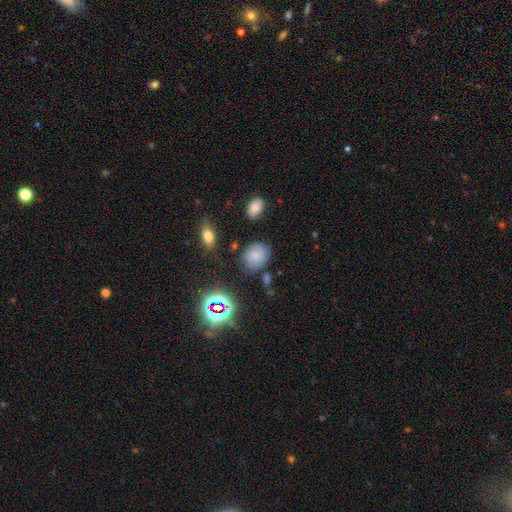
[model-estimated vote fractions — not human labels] The model was most divided on "how rounded": round: 59%, in between: 40%, cigar-shaped: 1%. More confident: merging — none (72%); smooth or featured — smooth (63%).